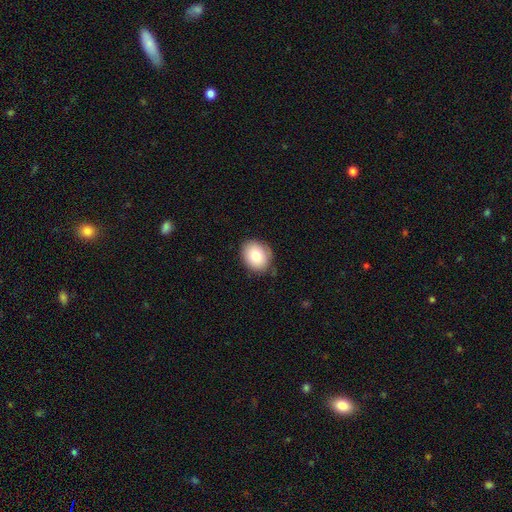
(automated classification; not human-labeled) A smooth galaxy with no disk features (79%) that is round (59%).

Vote fractions:
- Smooth or featured? smooth: 79% / featured or disk: 12% / star or artifact: 9%
- How rounded? round: 59% / in between: 40% / cigar-shaped: 1%
- Merging? none: 82% / minor disturbance: 14% / major disturbance: 3% / merger: 1%